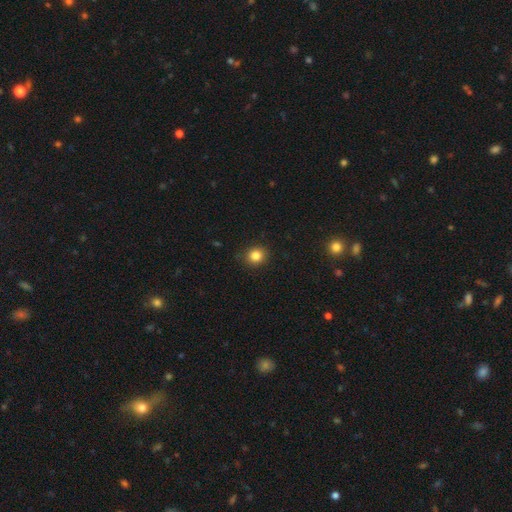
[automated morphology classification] This appears to be a smooth galaxy with no disk features (84%) that is round (79%). Merging: none (89%).